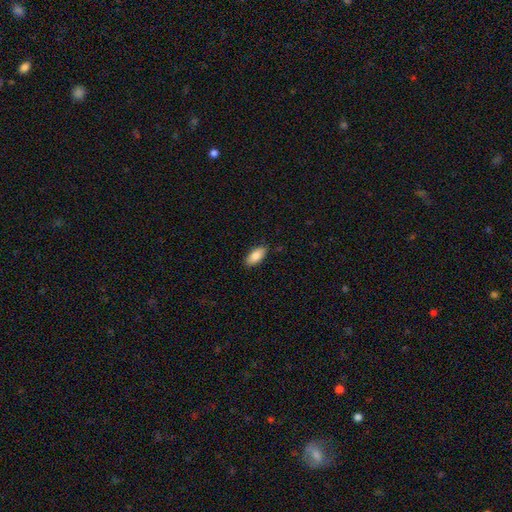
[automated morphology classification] A smooth galaxy with no disk features (85%) that is in between round and cigar-shaped (89%). Merging: none (86%).